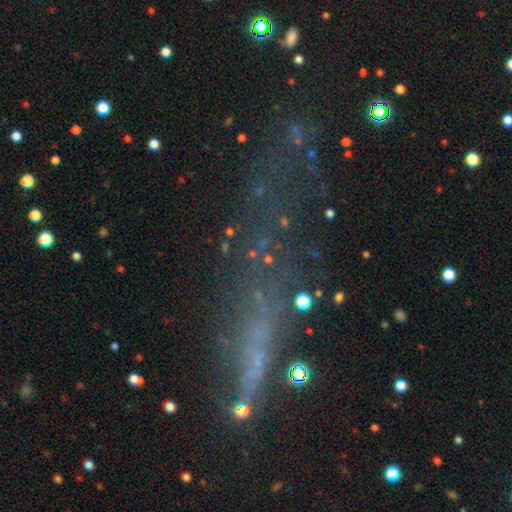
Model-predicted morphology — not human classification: A star or artifact, not a galaxy (37%).